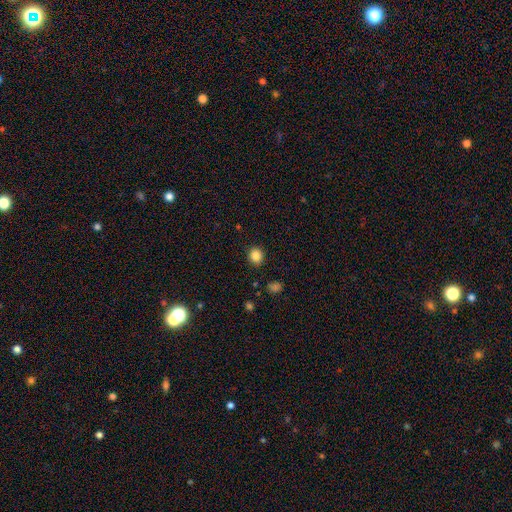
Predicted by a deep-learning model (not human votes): smooth_or_featured: smooth (p=0.85) [alt: star or artifact p=0.11]
how_rounded: round (p=0.77) [alt: in between p=0.22]
merging: none (p=0.89) [alt: minor disturbance p=0.08]